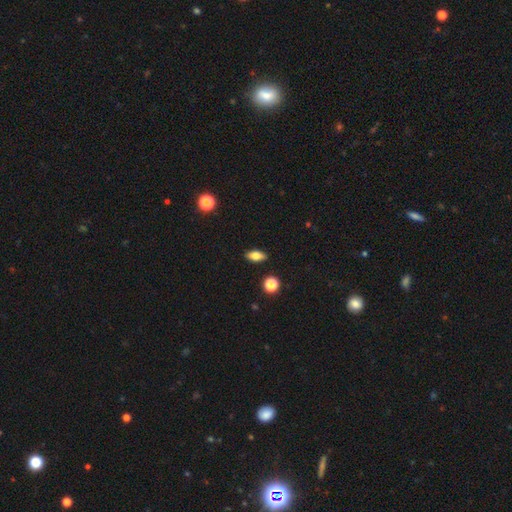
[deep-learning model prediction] Morphology: type=smooth (75%); roundness=in between (83%); merging=none (88%).